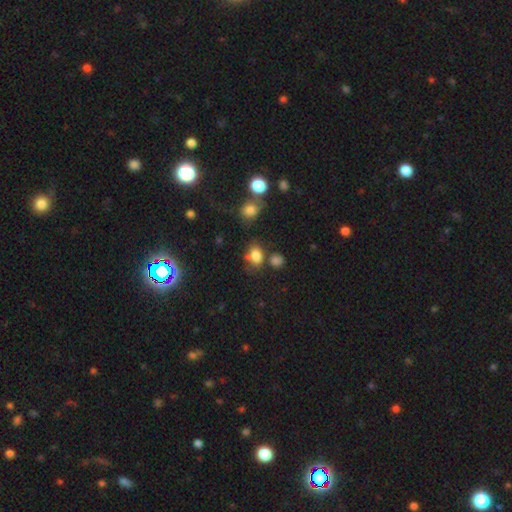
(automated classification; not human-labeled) Smooth or featured? Predicted: smooth (p=0.79). How rounded? Predicted: in between (p=0.61). Merging? Predicted: none (p=0.57).